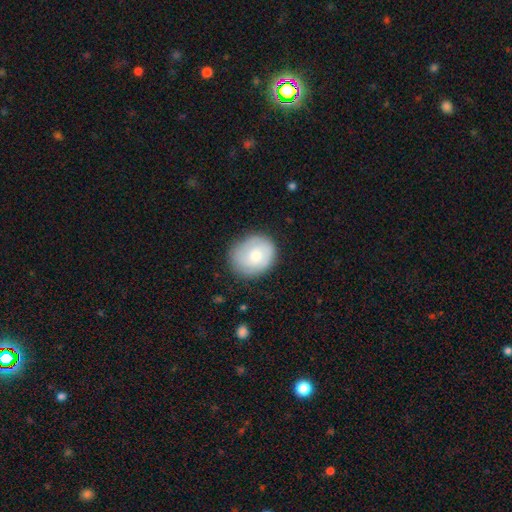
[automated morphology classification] Q: Smooth or featured?
A: smooth (60%); runner-up: featured or disk (33%)
Q: How rounded?
A: round (69%); runner-up: in between (30%)
Q: Merging?
A: none (80%); runner-up: minor disturbance (15%)